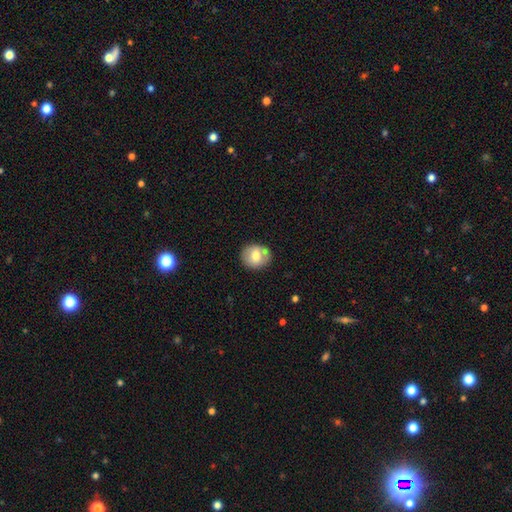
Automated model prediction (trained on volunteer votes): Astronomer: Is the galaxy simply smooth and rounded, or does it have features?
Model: smooth — 69%.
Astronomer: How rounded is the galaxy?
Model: round — 76%.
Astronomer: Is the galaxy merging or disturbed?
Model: none — 73%.